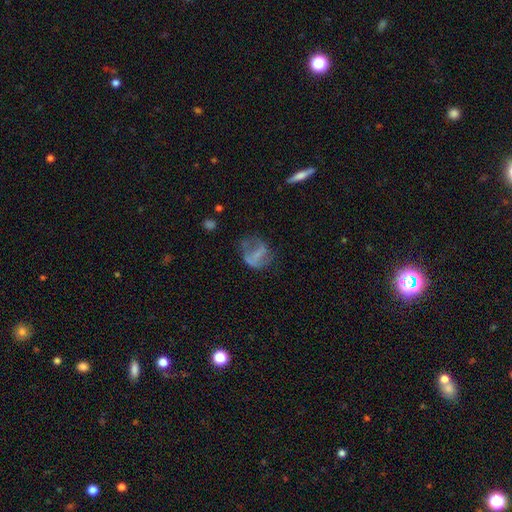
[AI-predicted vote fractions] smooth_or_featured: featured or disk (p=0.54) [alt: smooth p=0.34]
disk_edge_on: no (p=0.97) [alt: yes p=0.03]
bar: no (p=0.42) [alt: weak p=0.35]
has_spiral_arms: yes (p=0.51) [alt: no p=0.49]
bulge_size: none (p=0.58) [alt: small p=0.28]
merging: none (p=0.42) [alt: major disturbance p=0.31]